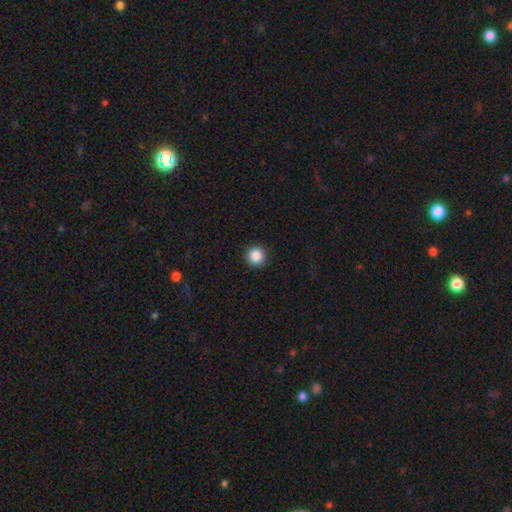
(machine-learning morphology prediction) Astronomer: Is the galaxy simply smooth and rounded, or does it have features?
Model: smooth — 87%.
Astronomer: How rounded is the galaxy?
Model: round — 96%.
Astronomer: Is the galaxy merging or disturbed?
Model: none — 93%.